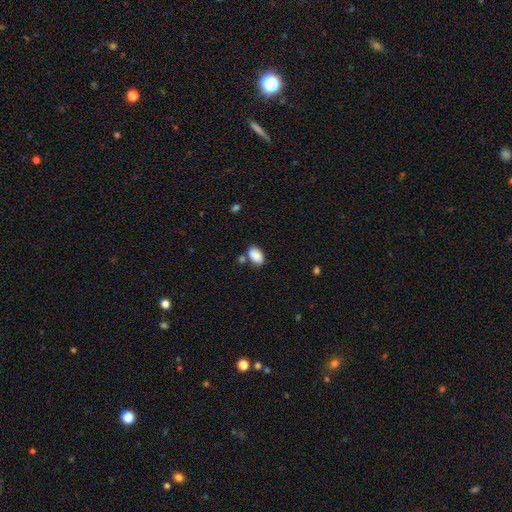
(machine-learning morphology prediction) Smooth or featured? smooth (86%)
How rounded? in between (89%)
Merging? none (60%)